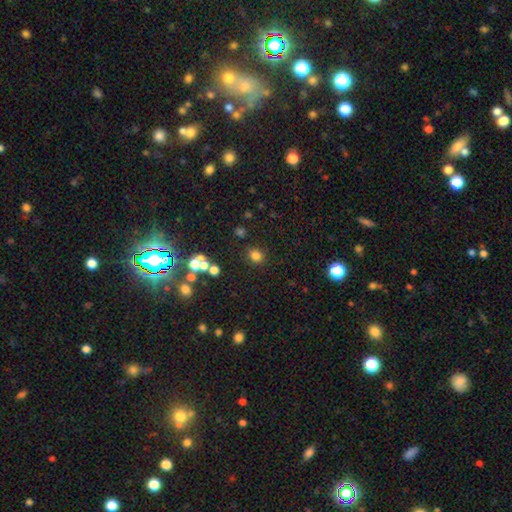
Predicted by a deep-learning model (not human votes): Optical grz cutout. It shows a smooth galaxy with no disk features (76%) that is round (80%). Merging: none (82%).